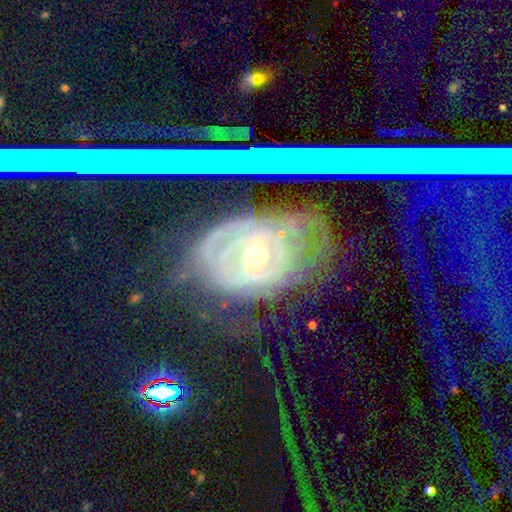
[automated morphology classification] smooth-or-featured: featured or disk: 75% | smooth: 14% | star or artifact: 11%
  disk-edge-on: no: 91% | yes: 9%
    bar: no: 52% | weak: 32% | strong: 16%
    has-spiral-arms: yes: 73% | no: 27%
    bulge-size: moderate: 69% | small: 22% | large: 6% | dominant: 1% | none: 1%
  merging: none: 62% | minor disturbance: 20% | major disturbance: 13% | merger: 6%